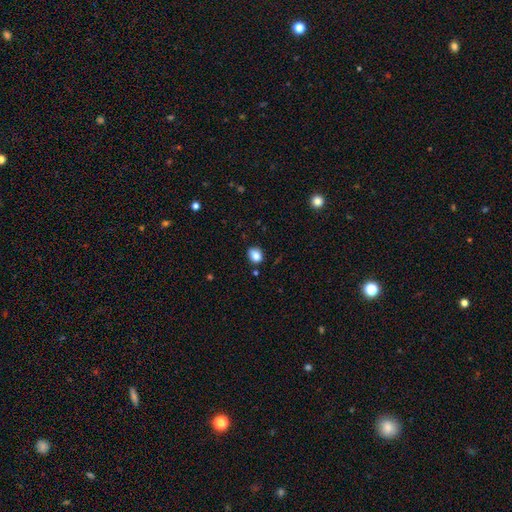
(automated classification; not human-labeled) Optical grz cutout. It shows a smooth galaxy with no disk features (84%) that is round (50%). Merging: none (80%).